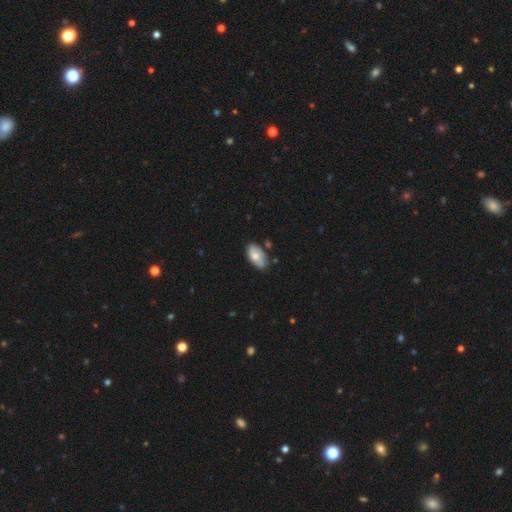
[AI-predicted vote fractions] Smooth or featured?
  - smooth: 65% *
  - featured or disk: 28%
  - star or artifact: 6%
How rounded?
  - in between: 94% *
  - round: 3%
  - cigar-shaped: 3%
Merging?
  - none: 73% *
  - minor disturbance: 20%
  - merger: 4%
  - major disturbance: 3%